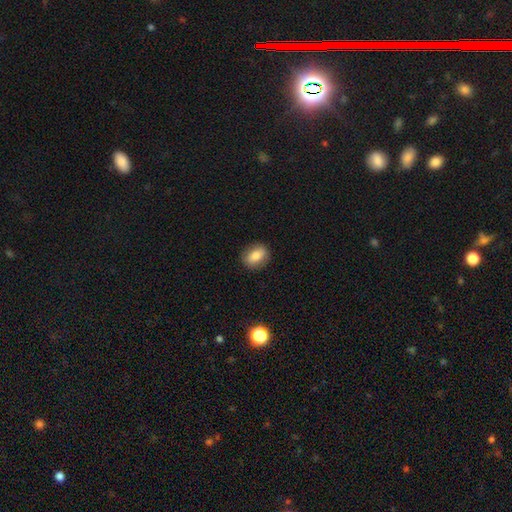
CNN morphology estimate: This is likely a smooth galaxy (79%). How rounded: likely in between (64%). Merging: clearly none (86%).